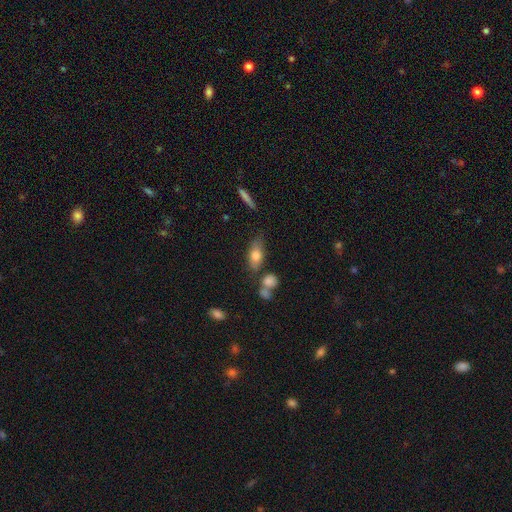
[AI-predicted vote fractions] smooth-or-featured: smooth: 75% | featured or disk: 17% | star or artifact: 8%
  how-rounded: in between: 81% | cigar-shaped: 11% | round: 8%
  merging: none: 61% | minor disturbance: 20% | merger: 12% | major disturbance: 7%